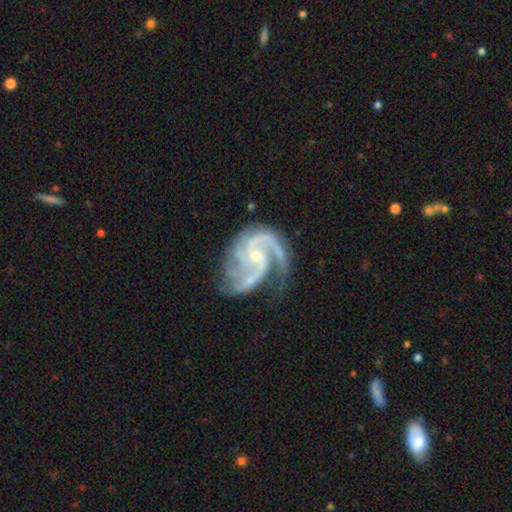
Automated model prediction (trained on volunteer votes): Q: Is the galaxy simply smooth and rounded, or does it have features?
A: featured or disk — 93%.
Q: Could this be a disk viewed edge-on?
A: no — 98%.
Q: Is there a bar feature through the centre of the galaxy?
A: no — 59%.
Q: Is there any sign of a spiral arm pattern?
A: yes — 99%.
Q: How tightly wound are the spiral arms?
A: medium — 56%.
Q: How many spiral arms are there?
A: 3 — 55%.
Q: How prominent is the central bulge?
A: small — 73%.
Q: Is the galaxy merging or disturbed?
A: none — 58%.